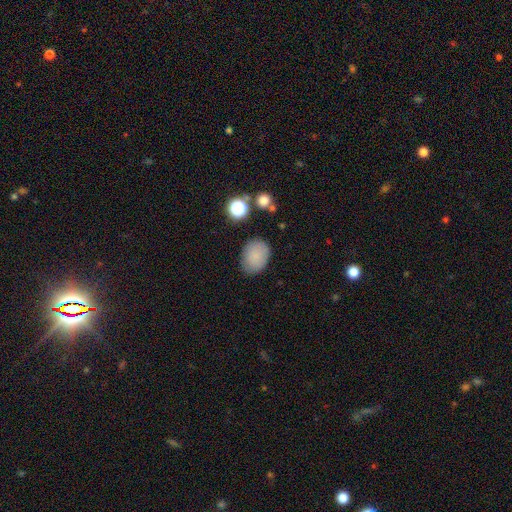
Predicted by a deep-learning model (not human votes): smooth_or_featured: smooth (p=0.83) [alt: star or artifact p=0.10]
how_rounded: in between (p=0.70) [alt: round p=0.29]
merging: none (p=0.80) [alt: minor disturbance p=0.14]